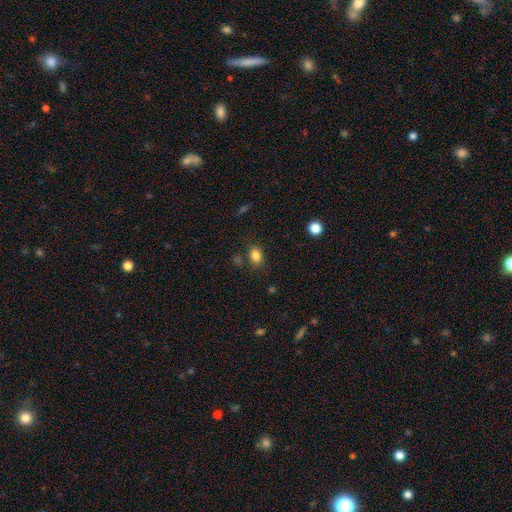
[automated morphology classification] The model was most divided on "how rounded": in between: 74%, round: 25%, cigar-shaped: 1%. More confident: smooth or featured — smooth (84%); merging — none (79%).